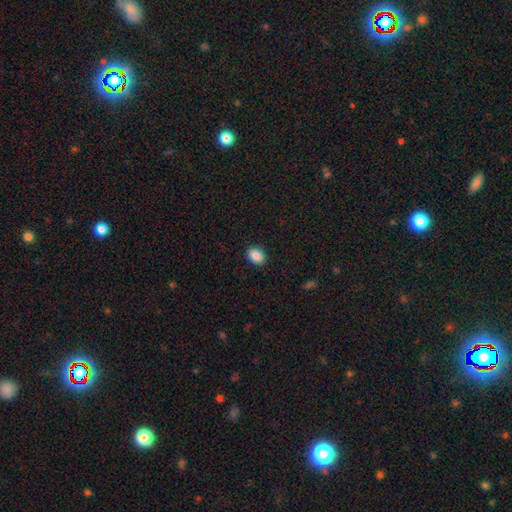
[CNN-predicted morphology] A smooth galaxy with no disk features (88%) that is in between round and cigar-shaped (68%). Merging: none (90%).